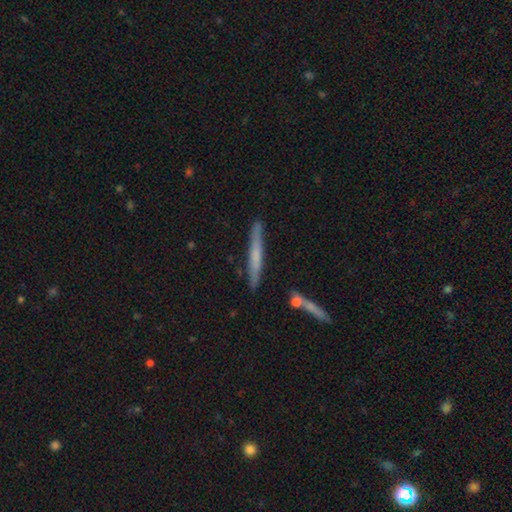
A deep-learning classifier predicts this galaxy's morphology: Smooth or featured? Predicted: smooth (p=0.51). How rounded? Predicted: cigar-shaped (p=0.95). Merging? Predicted: none (p=0.85).